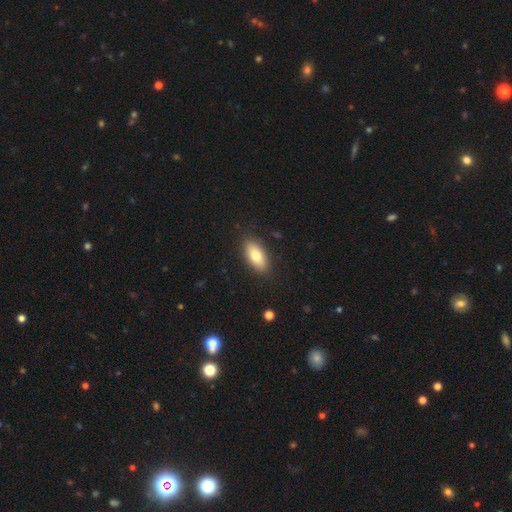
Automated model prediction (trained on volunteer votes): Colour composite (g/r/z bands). It shows a smooth galaxy with no disk features (77%) that is in between round and cigar-shaped (87%). Merging: none (88%).